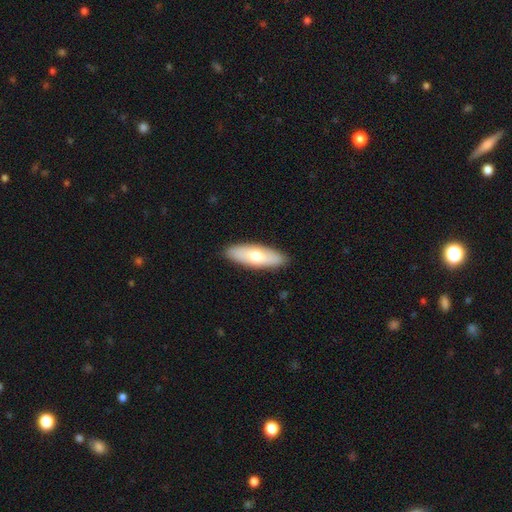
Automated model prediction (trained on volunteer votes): Smooth or featured: smooth — 64% (featured or disk — 31%)
How rounded: in between — 61% (cigar-shaped — 37%)
Merging: none — 90% (minor disturbance — 8%)